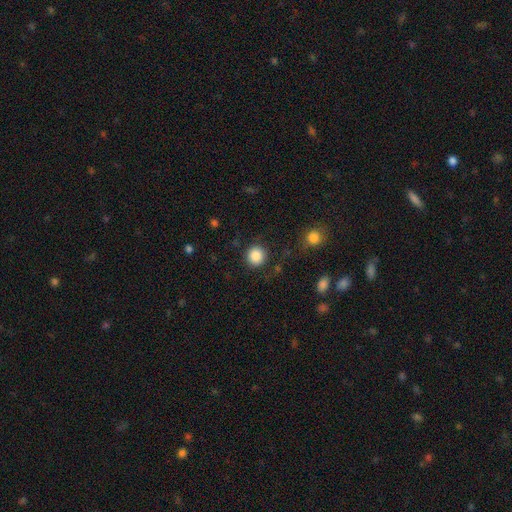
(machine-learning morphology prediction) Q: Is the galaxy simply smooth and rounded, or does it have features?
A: smooth — 87%.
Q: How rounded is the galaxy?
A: round — 93%.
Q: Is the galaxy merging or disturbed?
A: none — 87%.